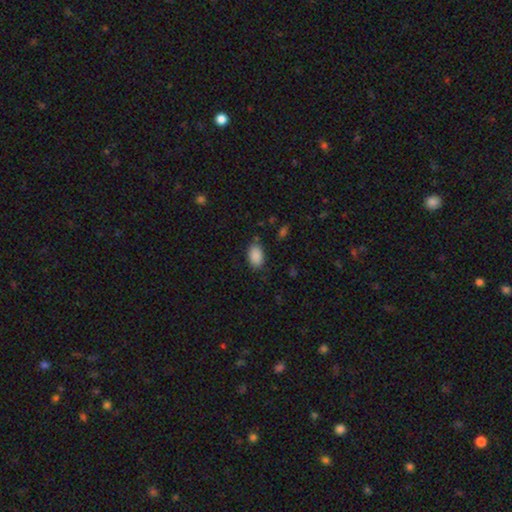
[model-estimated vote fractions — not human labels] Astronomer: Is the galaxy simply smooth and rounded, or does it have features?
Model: smooth — 89%.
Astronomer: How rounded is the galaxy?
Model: in between — 89%.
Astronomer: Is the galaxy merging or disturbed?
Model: none — 83%.